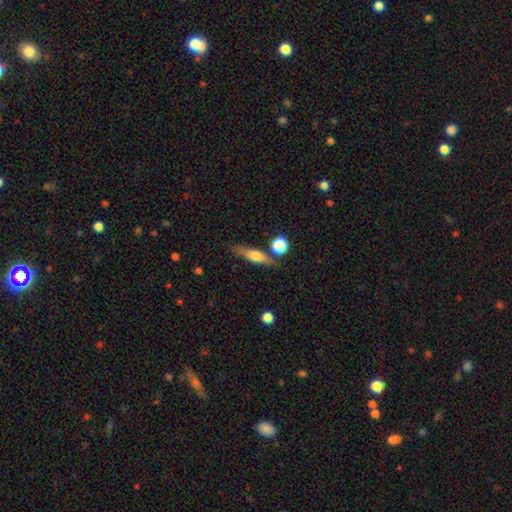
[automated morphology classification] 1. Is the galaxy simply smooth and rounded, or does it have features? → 46% smooth (tied), 46% featured or disk (tied), 8% star or artifact.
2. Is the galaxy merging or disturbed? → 76% none, 12% minor disturbance, 8% merger, 3% major disturbance.